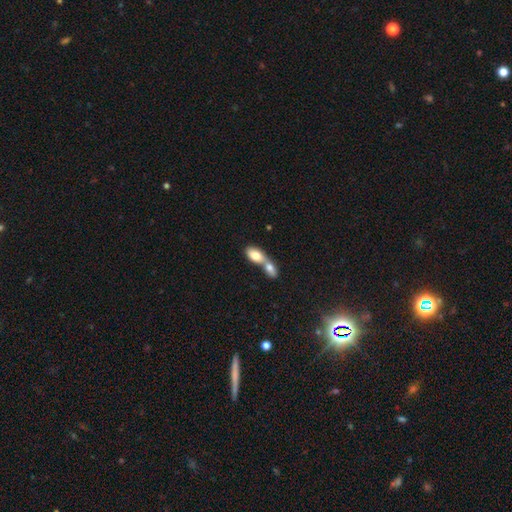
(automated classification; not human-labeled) Overall: smooth (76%). How rounded: in between (86%). Merging: merger (77%).